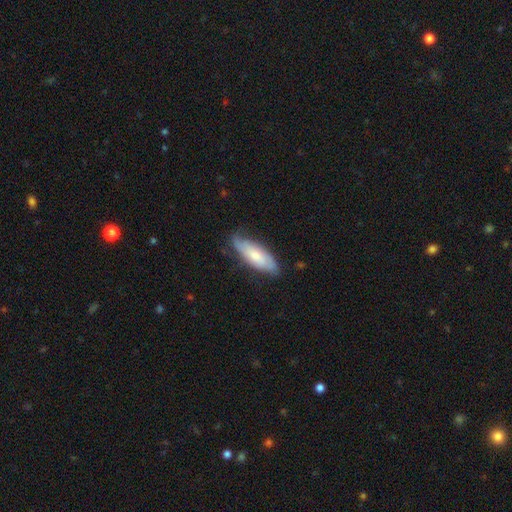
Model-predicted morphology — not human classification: smooth 56%, featured or disk 39%, star or artifact 6%. Down the decision tree: how rounded — in between (61%); merging — none (67%).